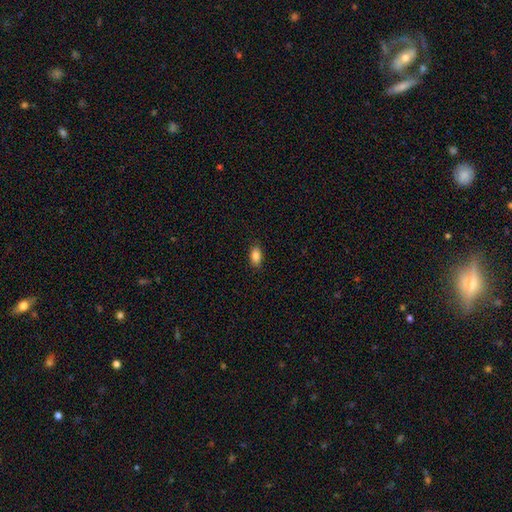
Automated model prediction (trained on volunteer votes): This appears to be a smooth galaxy with no disk features (86%) that is in between round and cigar-shaped (89%). Merging: none (86%).